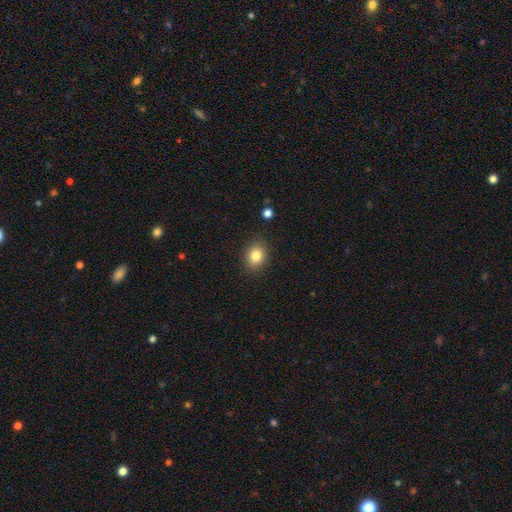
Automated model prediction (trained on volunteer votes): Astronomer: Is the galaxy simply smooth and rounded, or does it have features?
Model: smooth — 83%.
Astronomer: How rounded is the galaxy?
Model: in between — 52% (runner-up: round, 47%).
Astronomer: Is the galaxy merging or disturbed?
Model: none — 87%.